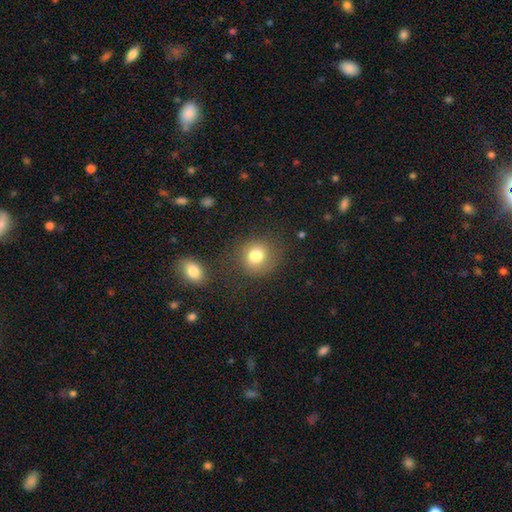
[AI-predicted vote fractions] Q: Smooth or featured?
A: smooth (79%); runner-up: star or artifact (11%)
Q: How rounded?
A: round (79%); runner-up: in between (20%)
Q: Merging?
A: none (75%); runner-up: minor disturbance (13%)